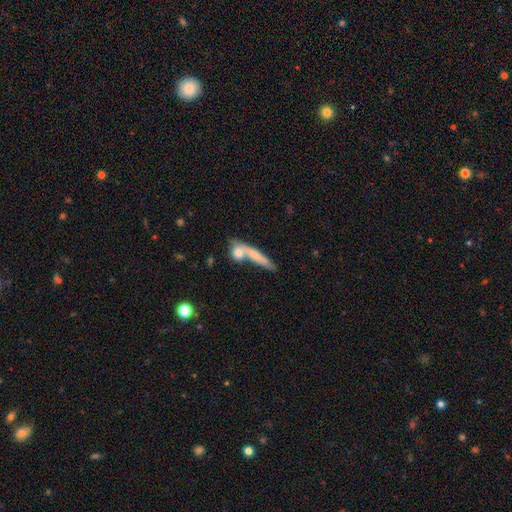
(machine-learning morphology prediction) Smooth or featured: smooth — 64% (featured or disk — 28%)
How rounded: cigar-shaped — 72% (in between — 19%)
Merging: merger — 44% (none — 38%)